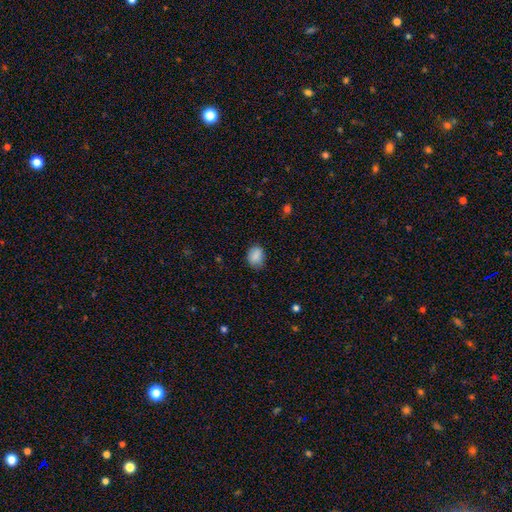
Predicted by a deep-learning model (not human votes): The model was most divided on "how rounded": in between: 61%, round: 38%, cigar-shaped: 1%. More confident: smooth or featured — smooth (86%); merging — none (74%).